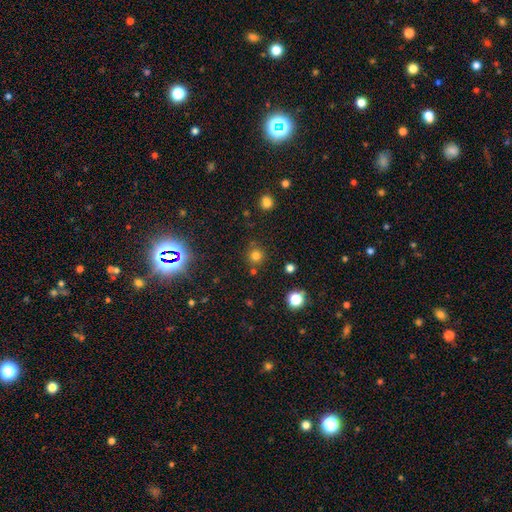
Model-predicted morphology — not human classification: Overall: smooth (75%). How rounded: round (93%). Merging: none (81%).